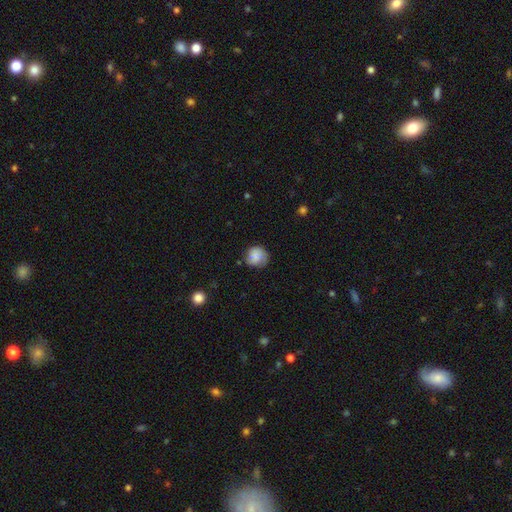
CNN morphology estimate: Q: Smooth or featured?
A: smooth (73%); runner-up: featured or disk (19%)
Q: How rounded?
A: round (87%); runner-up: in between (12%)
Q: Merging?
A: none (67%); runner-up: minor disturbance (26%)